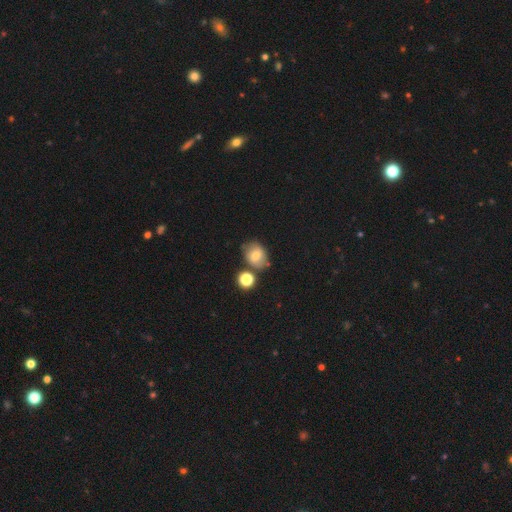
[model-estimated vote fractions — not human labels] Smooth or featured?
  - smooth: 69% *
  - featured or disk: 19%
  - star or artifact: 12%
How rounded?
  - in between: 50% *
  - round: 49%
  - cigar-shaped: 1%
Merging?
  - none: 63% *
  - minor disturbance: 18%
  - merger: 14%
  - major disturbance: 5%